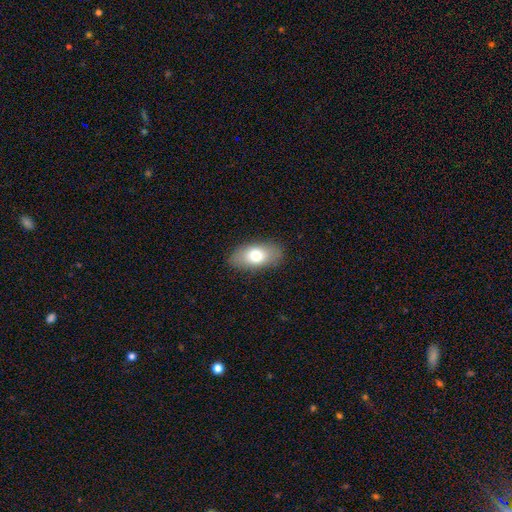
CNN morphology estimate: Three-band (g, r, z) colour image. It shows a smooth galaxy with no disk features (74%) that is in between round and cigar-shaped (90%). Merging: none (85%).